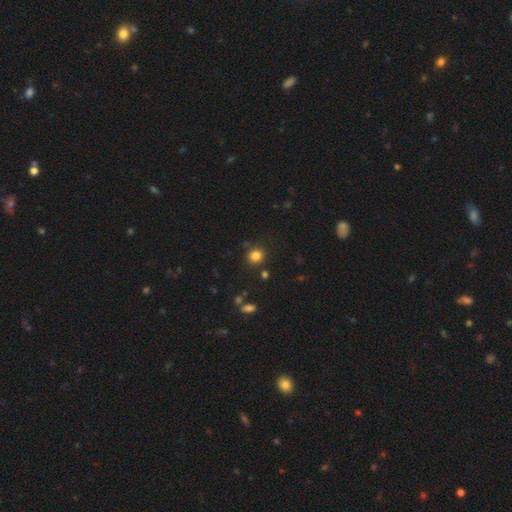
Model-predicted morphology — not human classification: type=smooth (82%); roundness=round (88%); merging=none (85%).